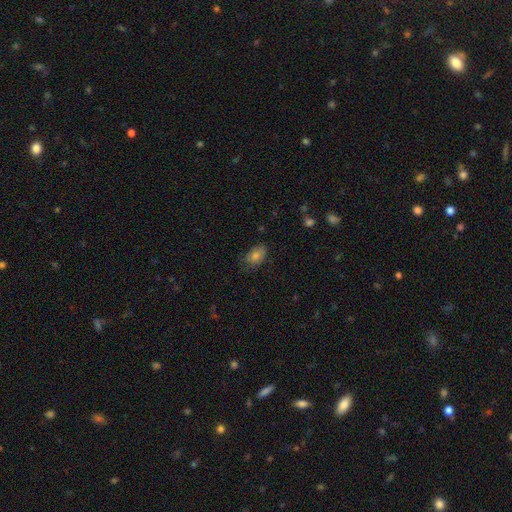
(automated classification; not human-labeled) Q: Smooth or featured?
A: smooth (72%); runner-up: featured or disk (16%)
Q: How rounded?
A: in between (83%); runner-up: round (15%)
Q: Merging?
A: none (66%); runner-up: minor disturbance (26%)